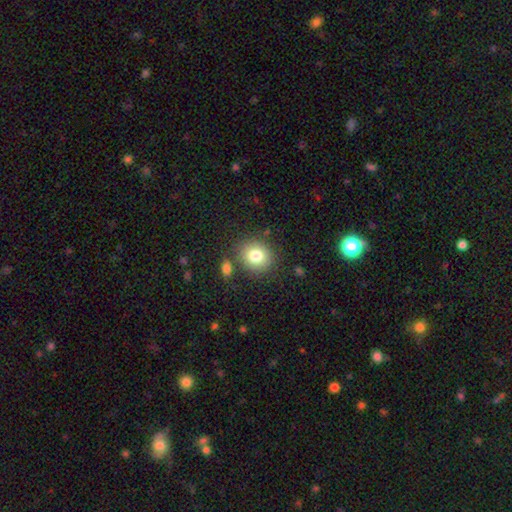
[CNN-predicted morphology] type=smooth (80%); roundness=round (75%); merging=none (79%).